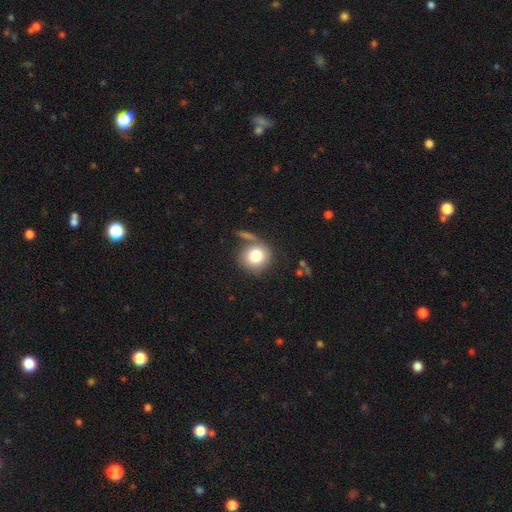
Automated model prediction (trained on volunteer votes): Morphology: type=smooth (79%); roundness=round (91%); merging=none (68%).